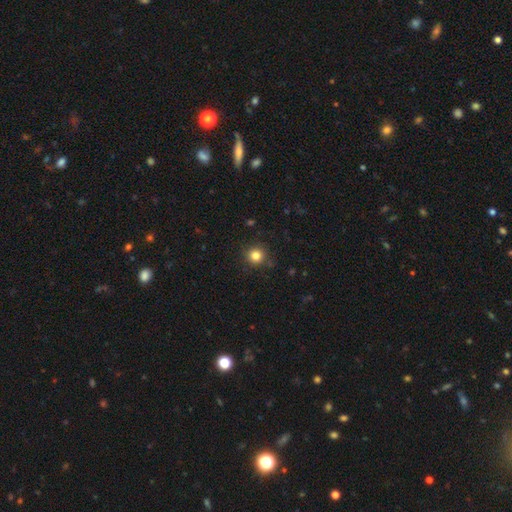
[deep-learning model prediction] Q: Smooth or featured?
A: smooth (82%); runner-up: star or artifact (13%)
Q: How rounded?
A: round (94%); runner-up: in between (5%)
Q: Merging?
A: none (88%); runner-up: minor disturbance (8%)